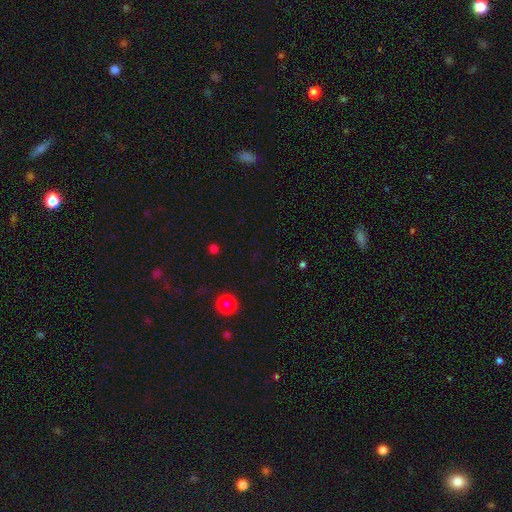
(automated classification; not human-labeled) Morphology: type=star or artifact (53%).